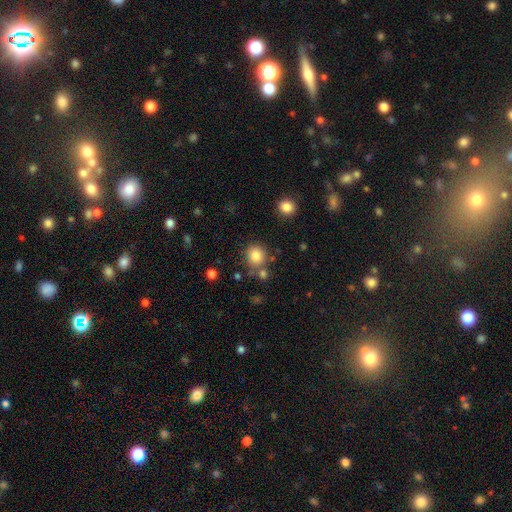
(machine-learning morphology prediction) Q: Smooth or featured?
A: smooth (83%); runner-up: star or artifact (11%)
Q: How rounded?
A: round (84%); runner-up: in between (15%)
Q: Merging?
A: none (74%); runner-up: merger (12%)